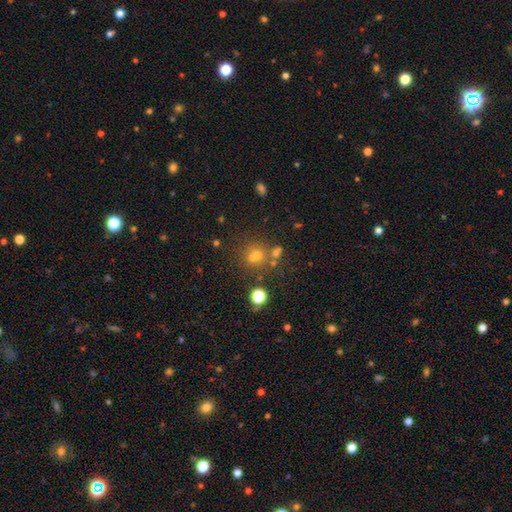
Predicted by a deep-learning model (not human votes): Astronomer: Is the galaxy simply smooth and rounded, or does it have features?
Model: smooth — 57%.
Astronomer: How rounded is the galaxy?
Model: round — 81%.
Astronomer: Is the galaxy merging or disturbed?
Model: none — 63%.